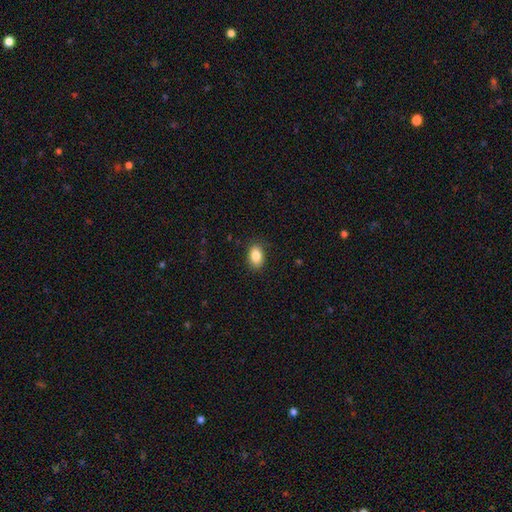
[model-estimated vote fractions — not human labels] Smooth or featured? Predicted: smooth (p=0.86). How rounded? Predicted: in between (p=0.87). Merging? Predicted: none (p=0.87).